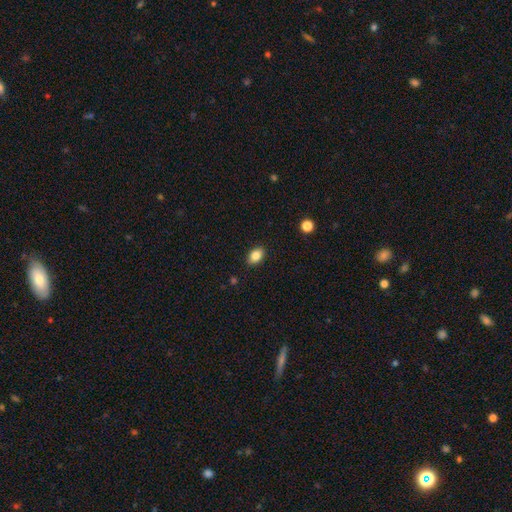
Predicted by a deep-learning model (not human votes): smooth 85%, star or artifact 9%, featured or disk 6%. Down the decision tree: how rounded — in between (81%); merging — none (88%).